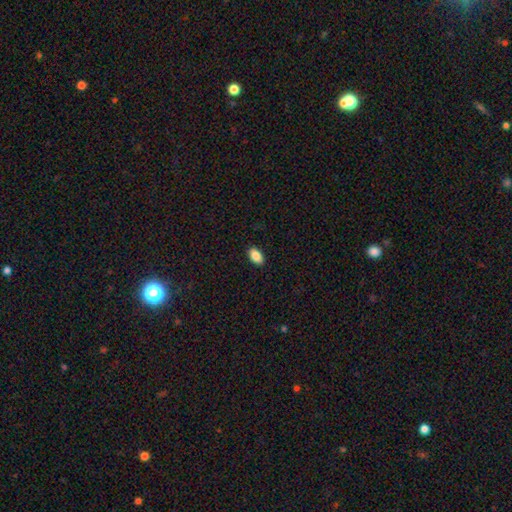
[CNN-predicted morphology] This appears to be a smooth galaxy with no disk features (88%) that is in between round and cigar-shaped (93%). Merging: none (90%).